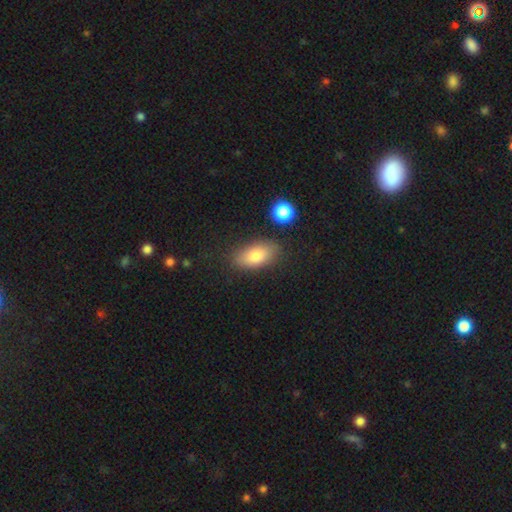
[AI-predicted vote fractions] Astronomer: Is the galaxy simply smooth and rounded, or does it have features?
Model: smooth — 80%.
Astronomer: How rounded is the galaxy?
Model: in between — 89%.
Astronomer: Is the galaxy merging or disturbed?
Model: none — 81%.